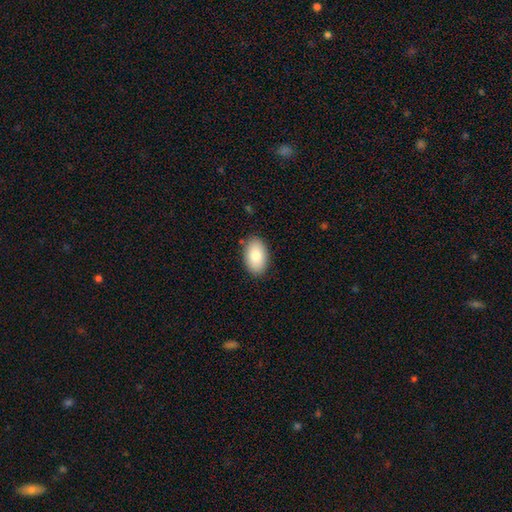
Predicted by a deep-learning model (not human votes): Smooth or featured?
  - smooth: 83% *
  - featured or disk: 10%
  - star or artifact: 6%
How rounded?
  - in between: 93% *
  - round: 5%
  - cigar-shaped: 1%
Merging?
  - none: 87% *
  - minor disturbance: 10%
  - major disturbance: 2%
  - merger: 1%